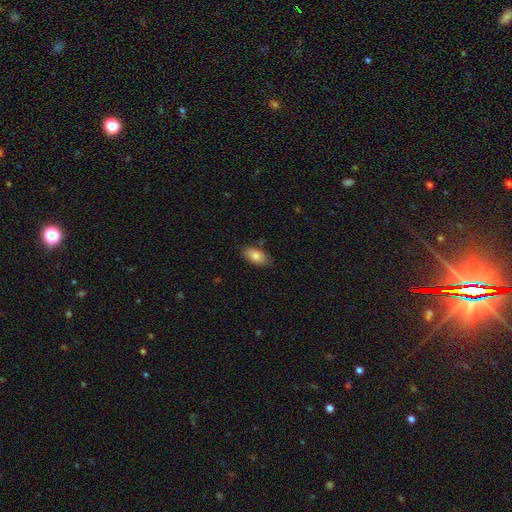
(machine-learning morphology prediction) Smooth or featured: smooth — 83% (featured or disk — 10%)
How rounded: in between — 92% (cigar-shaped — 5%)
Merging: none — 82% (minor disturbance — 14%)